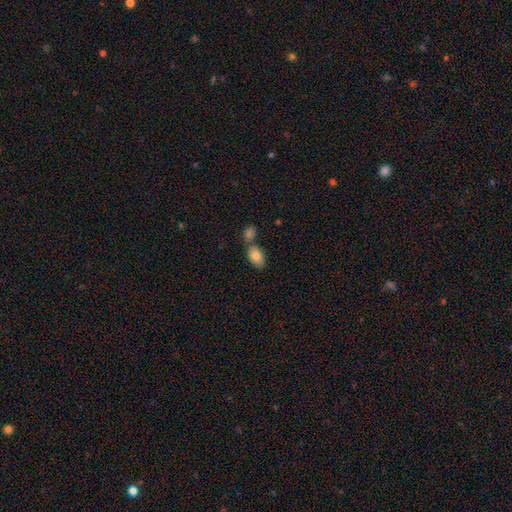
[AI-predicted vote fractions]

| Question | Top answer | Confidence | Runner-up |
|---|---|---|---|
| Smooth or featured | smooth | 83% | featured or disk (10%) |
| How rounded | in between | 89% | round (9%) |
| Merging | none | 53% | merger (32%) |